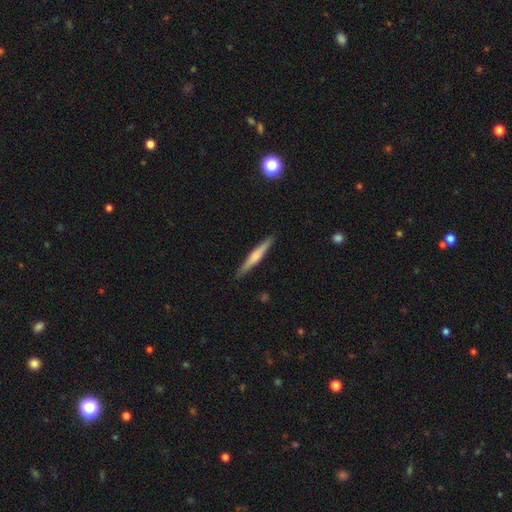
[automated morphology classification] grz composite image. It shows a smooth galaxy with no disk features (52%) that is cigar-shaped (94%). Merging: none (89%).